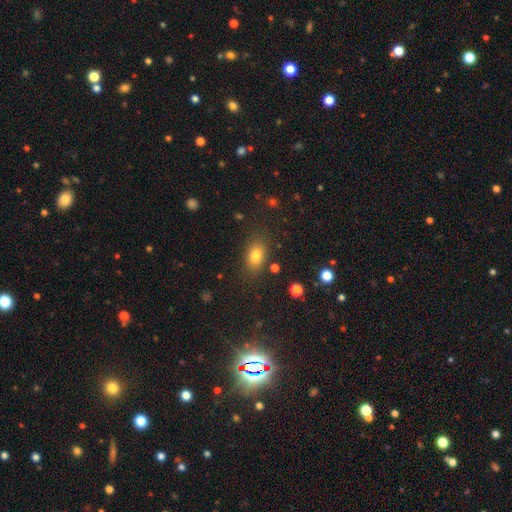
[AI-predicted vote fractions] Smooth or featured? Predicted: smooth (p=0.79). How rounded? Predicted: in between (p=0.79). Merging? Predicted: none (p=0.81).